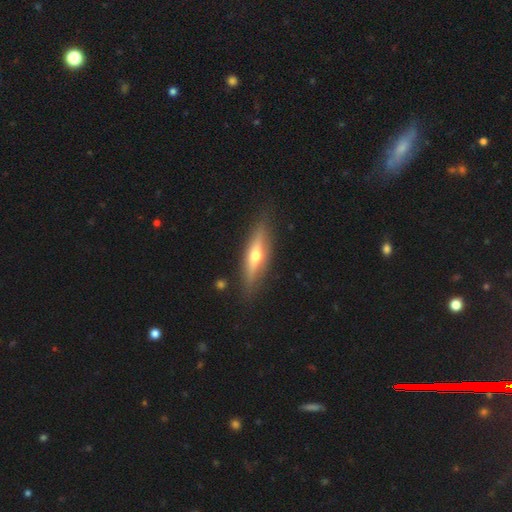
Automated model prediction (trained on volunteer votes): smooth_or_featured: featured or disk (p=0.58) [alt: smooth p=0.36]
disk_edge_on: yes (p=0.90) [alt: no p=0.10]
edge_on_bulge: rounded (p=0.90) [alt: none p=0.06]
merging: none (p=0.85) [alt: minor disturbance p=0.11]